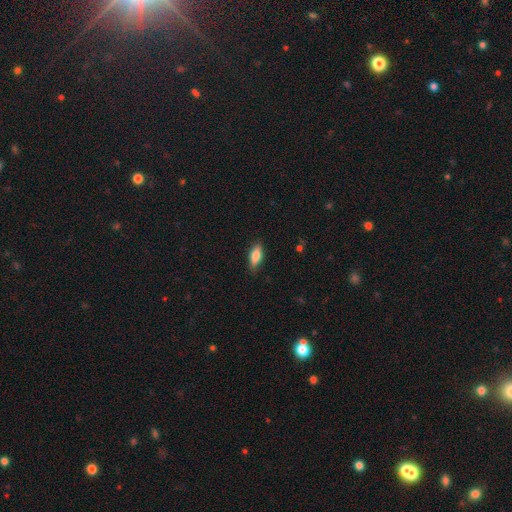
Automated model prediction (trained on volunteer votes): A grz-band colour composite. It shows a smooth galaxy with no disk features (80%) that is in between round and cigar-shaped (73%). Merging: none (85%).